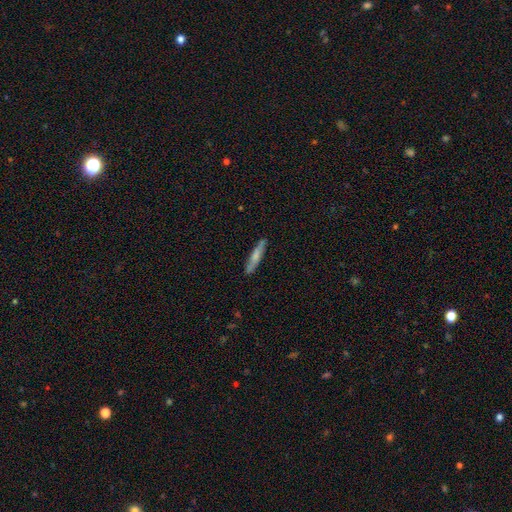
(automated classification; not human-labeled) Smooth or featured? Predicted: smooth (p=0.61). How rounded? Predicted: cigar-shaped (p=0.89). Merging? Predicted: none (p=0.86).